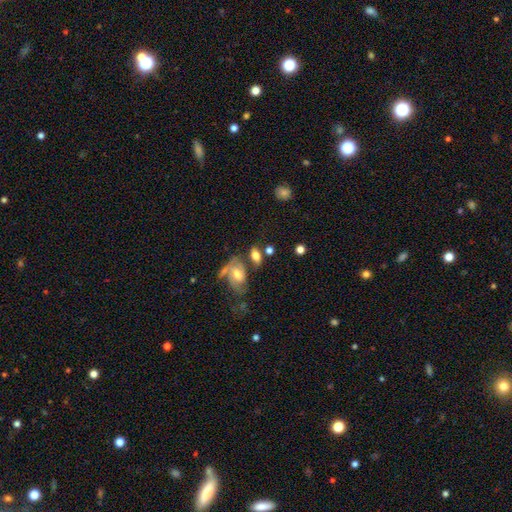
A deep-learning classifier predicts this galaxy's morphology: Smooth or featured? smooth (60%)
How rounded? in between (85%)
Merging? none (44%)